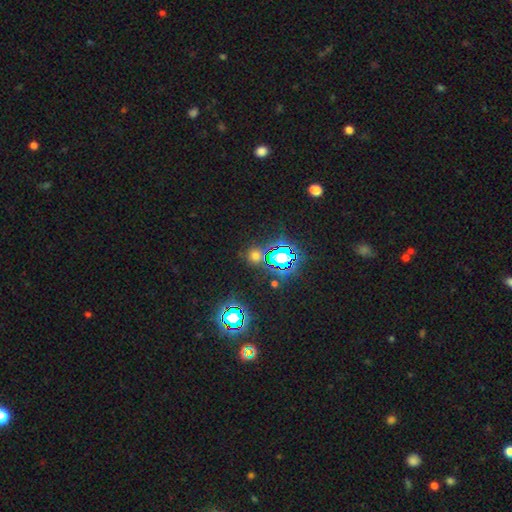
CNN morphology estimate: Smooth or featured? star or artifact (54%)